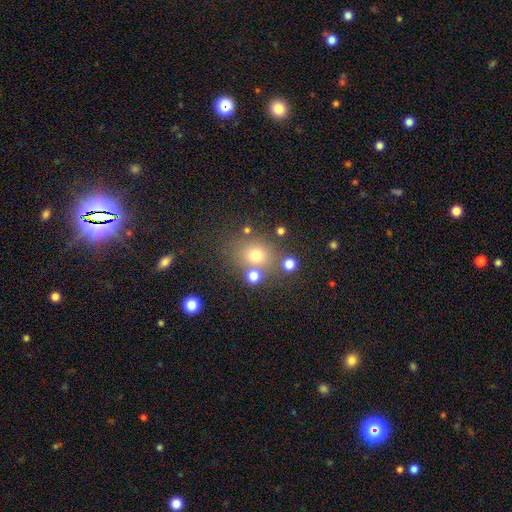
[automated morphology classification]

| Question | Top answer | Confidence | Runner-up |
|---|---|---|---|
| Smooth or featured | smooth | 71% | star or artifact (18%) |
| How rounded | round | 73% | in between (26%) |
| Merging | none | 69% | merger (14%) |